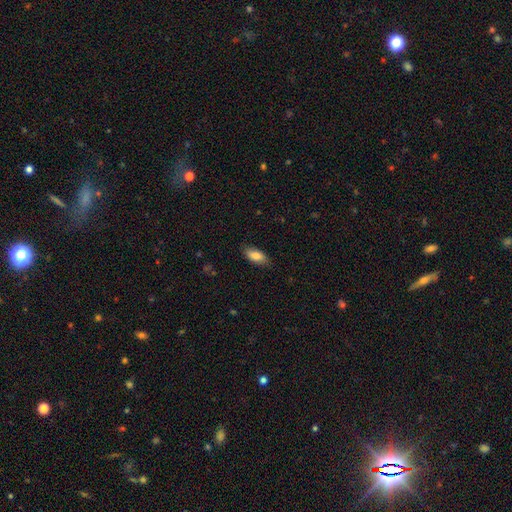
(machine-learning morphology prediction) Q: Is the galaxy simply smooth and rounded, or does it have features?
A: smooth — 82%.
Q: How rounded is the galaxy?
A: in between — 85%.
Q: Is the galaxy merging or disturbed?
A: none — 83%.